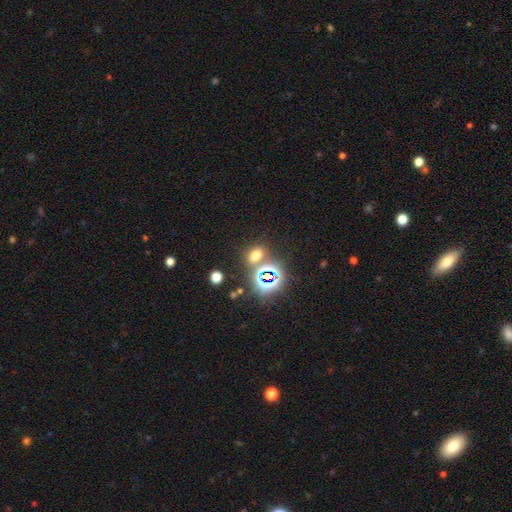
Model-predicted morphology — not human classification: A smooth galaxy with no disk features (53%) that is in between round and cigar-shaped (63%).

Vote fractions:
- Smooth or featured? smooth: 53% / star or artifact: 39% / featured or disk: 8%
- How rounded? in between: 63% / round: 34% / cigar-shaped: 3%
- Merging? none: 70% / merger: 15% / minor disturbance: 10% / major disturbance: 5%